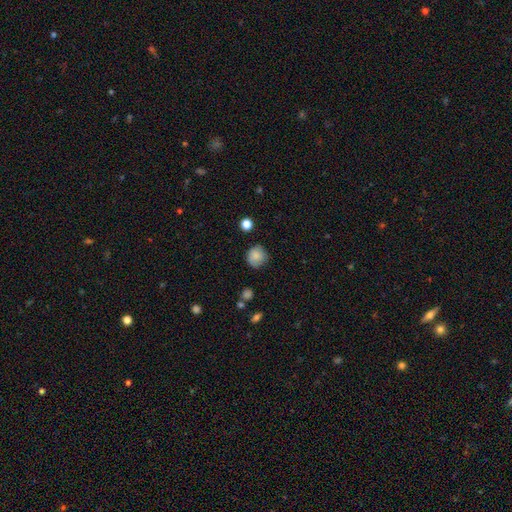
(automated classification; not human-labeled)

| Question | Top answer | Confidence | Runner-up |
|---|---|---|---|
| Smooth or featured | smooth | 85% | star or artifact (9%) |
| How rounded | round | 90% | in between (9%) |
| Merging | none | 79% | minor disturbance (16%) |